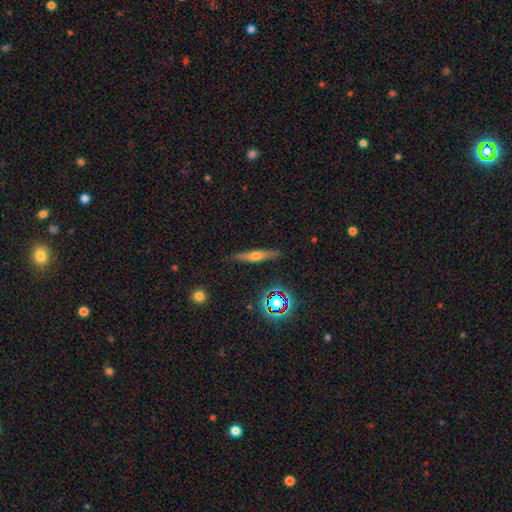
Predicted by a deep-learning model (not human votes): Overall: featured or disk (52%; smooth 36%). Edge-on disk: yes (93%). Merging: none (86%).